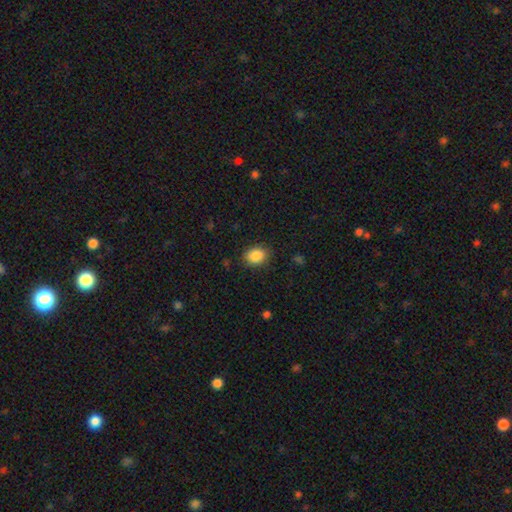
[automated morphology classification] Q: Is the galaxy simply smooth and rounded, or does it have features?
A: smooth — 88%.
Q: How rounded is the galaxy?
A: in between — 63%.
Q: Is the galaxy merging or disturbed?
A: none — 86%.